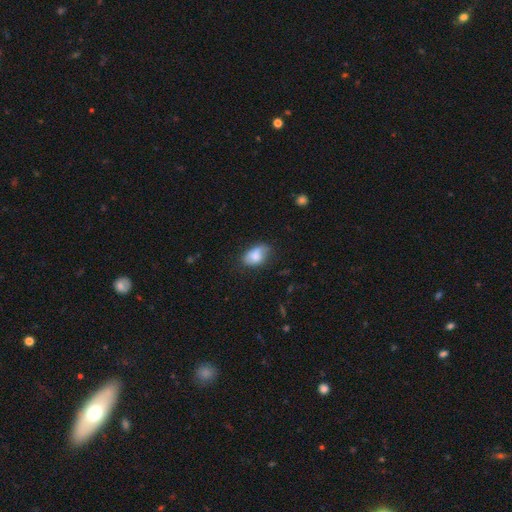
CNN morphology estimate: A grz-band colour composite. It shows a smooth galaxy with no disk features (79%) that is in between round and cigar-shaped (89%). Merging: none (54%).